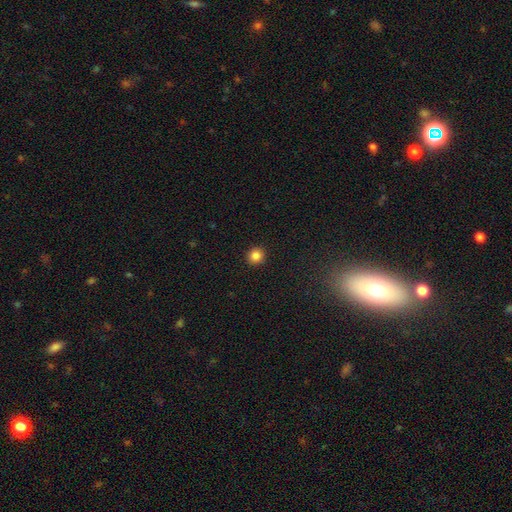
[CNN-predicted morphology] This appears to be a smooth galaxy with no disk features (85%) that is round (94%). Merging: none (93%).